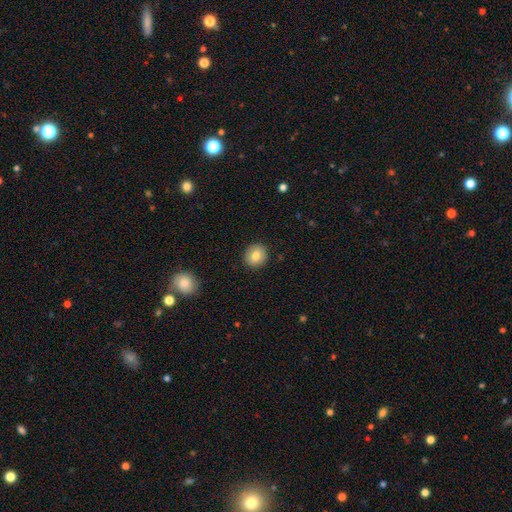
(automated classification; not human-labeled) A smooth galaxy with no disk features (78%) that is round (87%). Merging: none (90%).